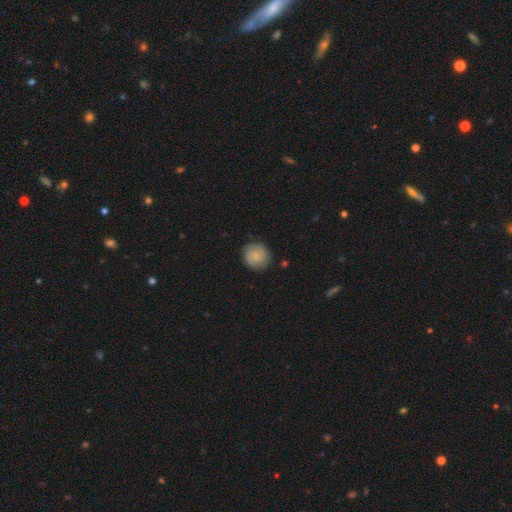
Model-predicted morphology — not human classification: Overall: smooth (68%). How rounded: round (89%). Merging: none (83%).